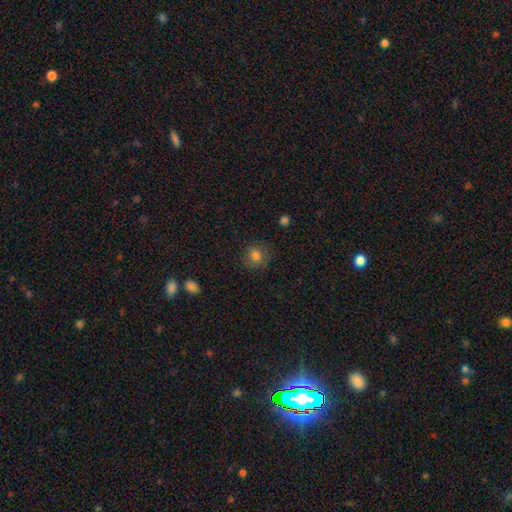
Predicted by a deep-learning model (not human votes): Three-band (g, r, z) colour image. It shows a smooth galaxy with no disk features (80%) that is round (82%). Merging: none (82%).